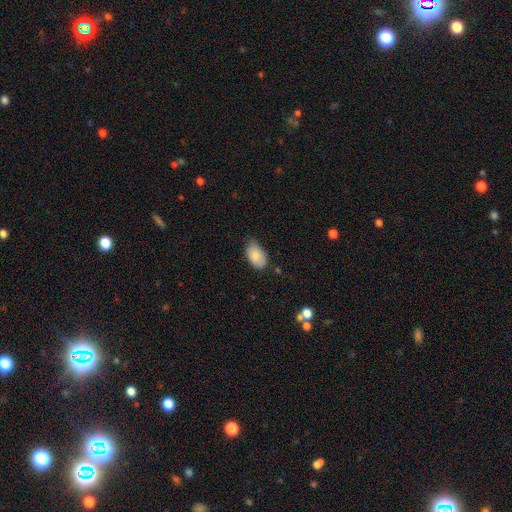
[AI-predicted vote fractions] Morphology: type=smooth (78%); roundness=in between (92%); merging=none (58%).